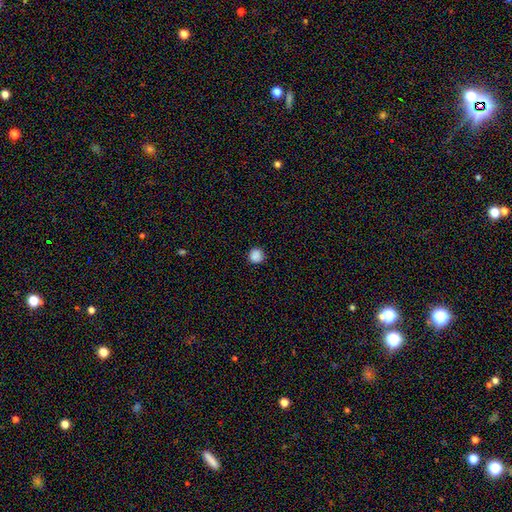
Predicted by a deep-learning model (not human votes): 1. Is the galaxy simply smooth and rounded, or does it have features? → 87% smooth, 10% star or artifact, 3% featured or disk.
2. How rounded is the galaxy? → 95% round, 4% in between, 1% cigar-shaped.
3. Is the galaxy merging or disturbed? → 92% none, 5% minor disturbance, 2% major disturbance, 1% merger.